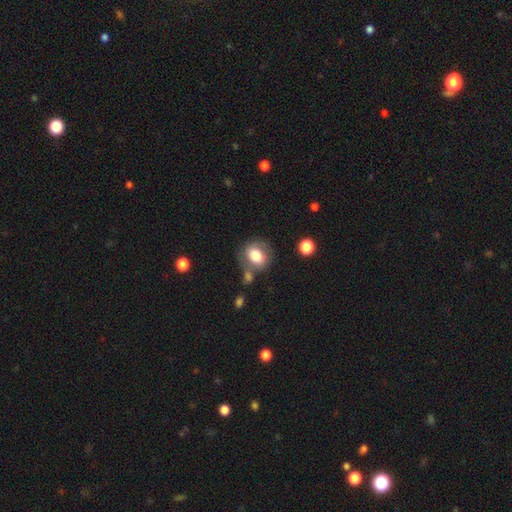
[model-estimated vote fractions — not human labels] Smooth or featured: smooth — 74% (featured or disk — 17%)
How rounded: round — 60% (in between — 39%)
Merging: none — 60% (minor disturbance — 19%)